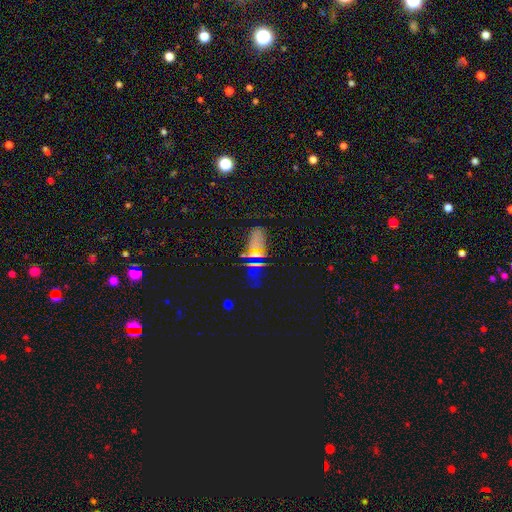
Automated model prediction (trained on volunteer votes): Smooth or featured? Predicted: star or artifact (p=0.46).